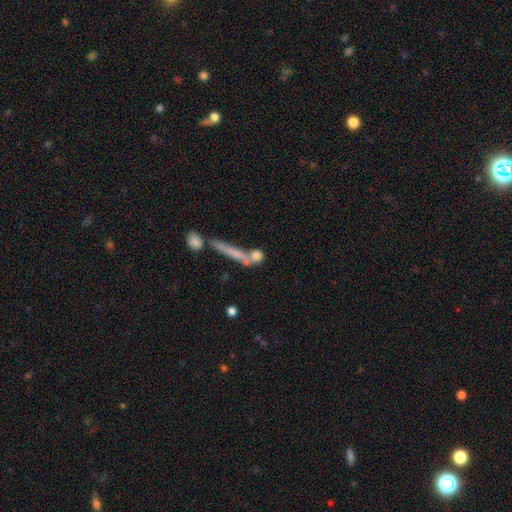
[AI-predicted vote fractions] Overall: smooth (67%). How rounded: round (43%; cigar-shaped 40%). Merging: none (53%; merger 27%).